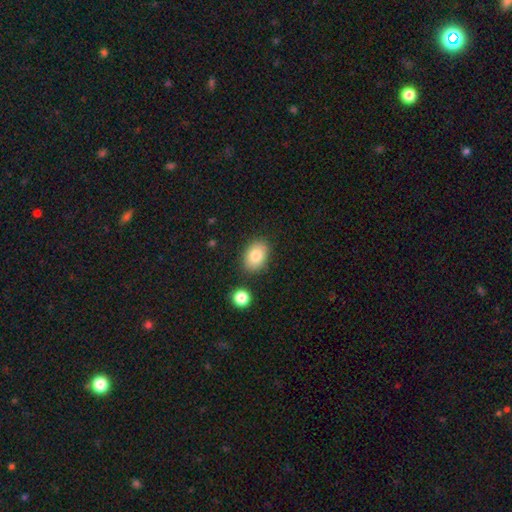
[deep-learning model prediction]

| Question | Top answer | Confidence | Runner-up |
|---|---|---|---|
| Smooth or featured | smooth | 83% | featured or disk (10%) |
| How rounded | in between | 78% | round (21%) |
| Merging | none | 84% | minor disturbance (10%) |